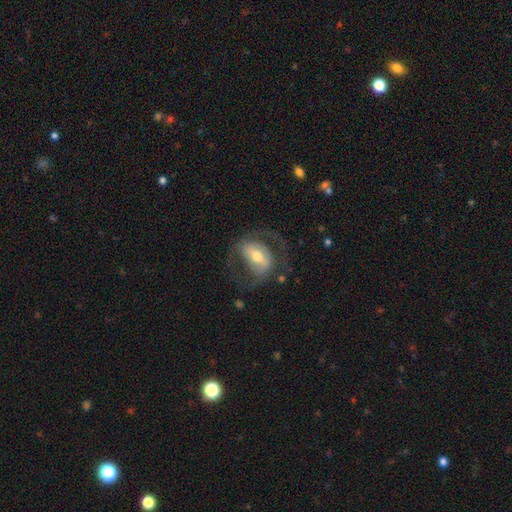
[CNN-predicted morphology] A featured or disk galaxy (71%) with a strong bar (39%), spiral arms (72%) and a moderate central bulge (65%).

Vote fractions:
- Smooth or featured? featured or disk: 71% / smooth: 23% / star or artifact: 7%
- Edge-on disk? no: 95% / yes: 5%
- Bar? strong: 39% / weak: 37% / no: 24%
- Spiral arms? yes: 72% / no: 28%
- Bulge size? moderate: 65% / small: 22% / large: 10% / dominant: 2% / none: 1%
- Merging? none: 60% / major disturbance: 22% / minor disturbance: 16% / merger: 2%